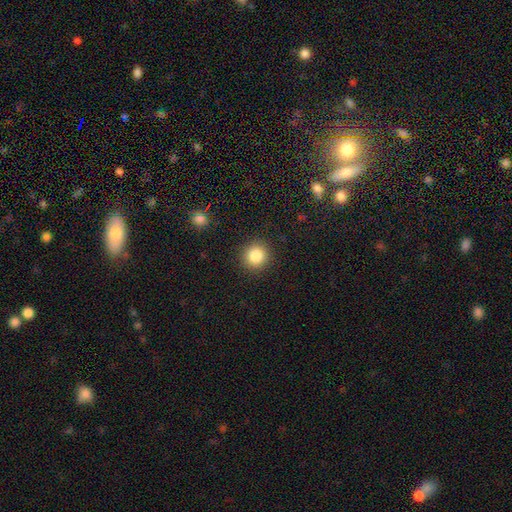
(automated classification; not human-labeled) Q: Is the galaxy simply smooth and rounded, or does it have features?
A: smooth — 85%.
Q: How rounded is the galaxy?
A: round — 93%.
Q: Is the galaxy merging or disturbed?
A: none — 91%.